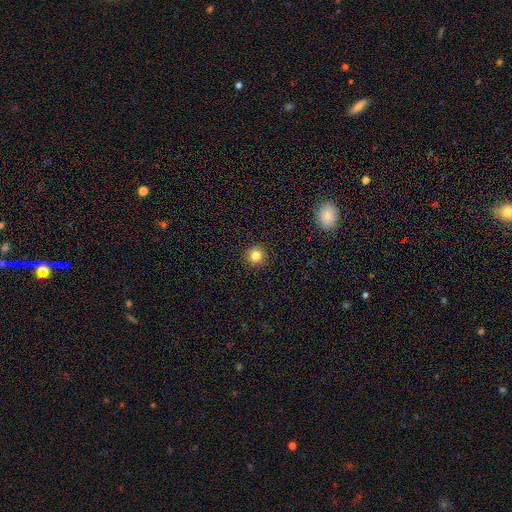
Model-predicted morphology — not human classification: A smooth galaxy with no disk features (82%) that is round (94%).

Vote fractions:
- Smooth or featured? smooth: 82% / star or artifact: 12% / featured or disk: 6%
- How rounded? round: 94% / in between: 5% / cigar-shaped: 1%
- Merging? none: 92% / minor disturbance: 6% / major disturbance: 2% / merger: 1%